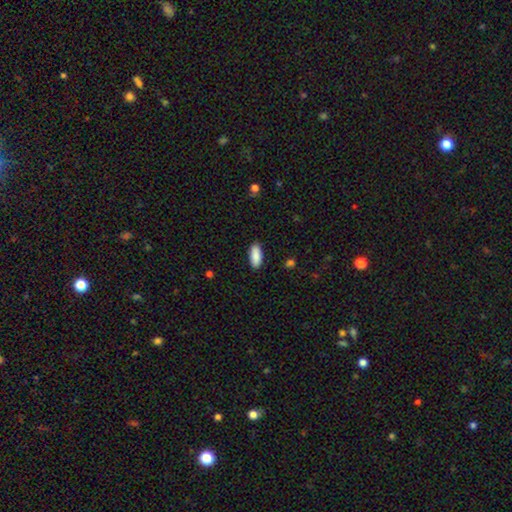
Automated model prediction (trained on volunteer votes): smooth 89%, star or artifact 6%, featured or disk 5%. Down the decision tree: how rounded — in between (82%); merging — none (89%).